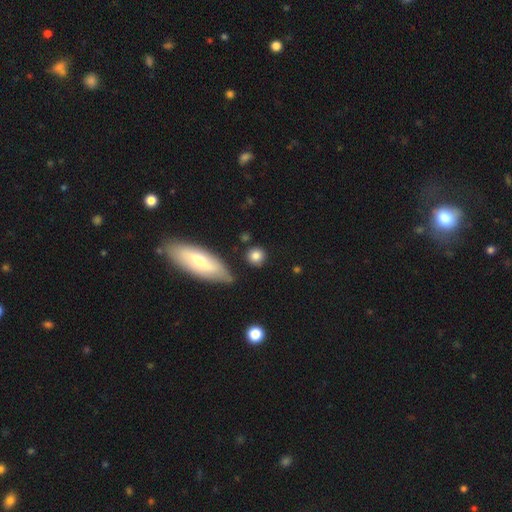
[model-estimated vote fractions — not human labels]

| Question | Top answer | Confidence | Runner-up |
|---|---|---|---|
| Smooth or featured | smooth | 81% | featured or disk (10%) |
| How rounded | round | 86% | in between (10%) |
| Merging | none | 79% | minor disturbance (12%) |